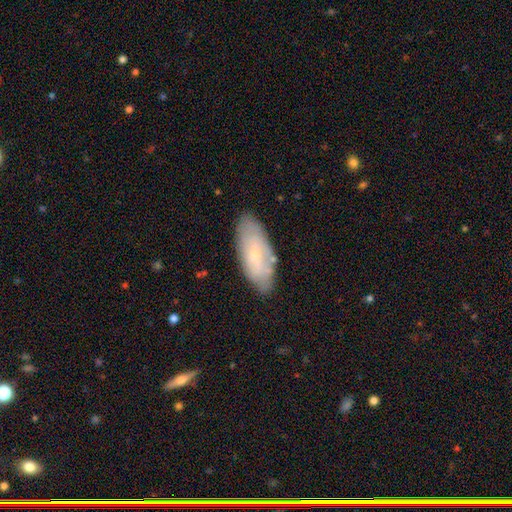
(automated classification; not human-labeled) Smooth or featured?
  - smooth: 57% *
  - featured or disk: 36%
  - star or artifact: 7%
How rounded?
  - in between: 80% *
  - cigar-shaped: 18%
  - round: 2%
Merging?
  - none: 75% *
  - minor disturbance: 18%
  - major disturbance: 4%
  - merger: 3%